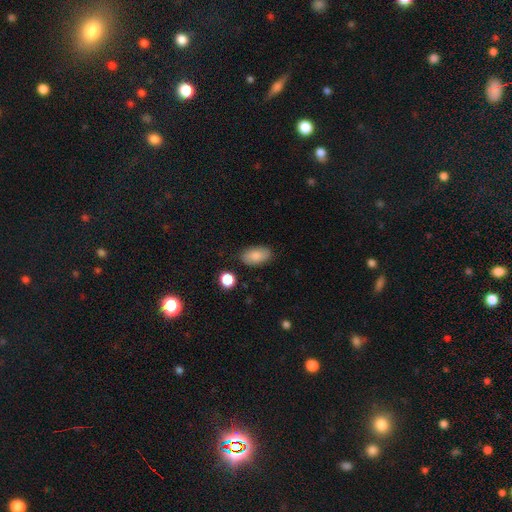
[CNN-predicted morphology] Overall: smooth (84%). How rounded: in between (93%). Merging: none (83%).